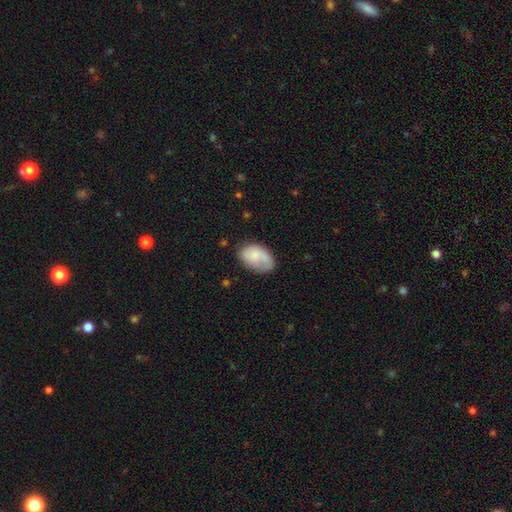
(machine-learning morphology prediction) Smooth or featured?
  - smooth: 67% *
  - featured or disk: 26%
  - star or artifact: 7%
How rounded?
  - in between: 88% *
  - round: 11%
  - cigar-shaped: 1%
Merging?
  - none: 54% *
  - minor disturbance: 29%
  - major disturbance: 13%
  - merger: 4%